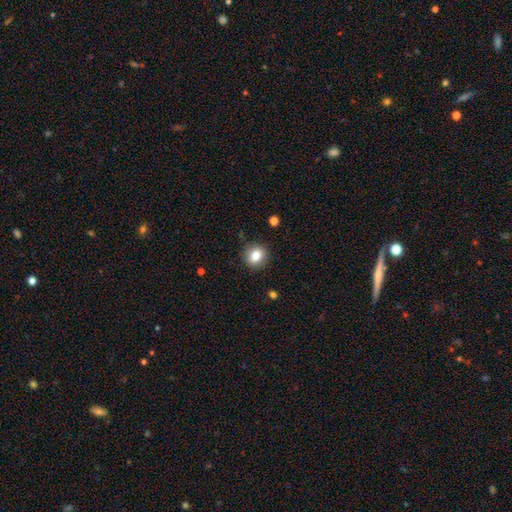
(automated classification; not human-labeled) smooth-or-featured: smooth: 82% | star or artifact: 10% | featured or disk: 8%
  how-rounded: round: 81% | in between: 18% | cigar-shaped: 1%
  merging: none: 89% | minor disturbance: 8% | major disturbance: 2% | merger: 1%